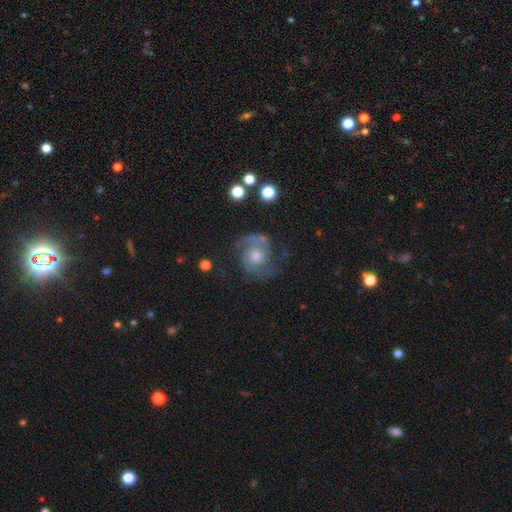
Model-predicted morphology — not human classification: Q: Smooth or featured?
A: featured or disk (80%); runner-up: smooth (12%)
Q: Edge-on disk?
A: no (98%); runner-up: yes (2%)
Q: Bar?
A: no (70%); runner-up: weak (25%)
Q: Spiral arms?
A: yes (94%); runner-up: no (6%)
Q: Spiral winding?
A: medium (50%); runner-up: tight (34%)
Q: Spiral arm count?
A: 2 (80%); runner-up: can't tell (8%)
Q: Bulge size?
A: moderate (55%); runner-up: small (29%)
Q: Merging?
A: none (69%); runner-up: minor disturbance (17%)